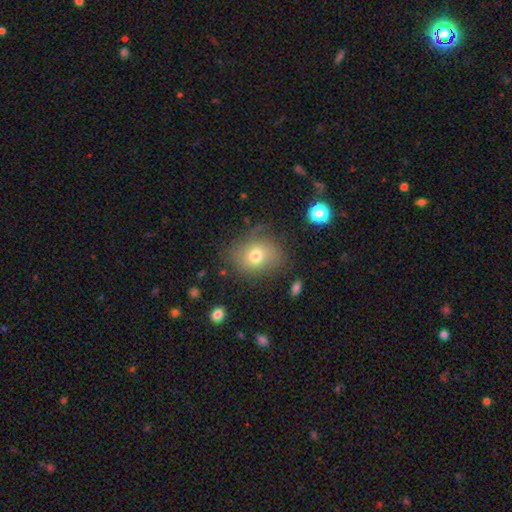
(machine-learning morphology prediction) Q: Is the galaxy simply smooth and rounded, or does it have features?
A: smooth — 70%.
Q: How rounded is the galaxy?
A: round — 56%.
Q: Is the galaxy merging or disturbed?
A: none — 71%.